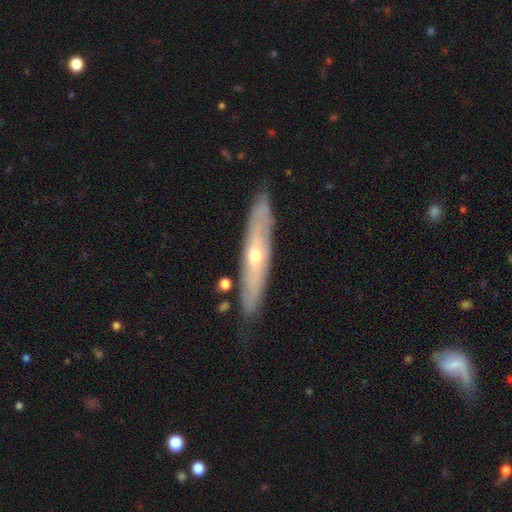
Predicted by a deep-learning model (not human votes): Smooth or featured?
  - featured or disk: 63% *
  - smooth: 30%
  - star or artifact: 6%
Edge-on disk?
  - yes: 66% *
  - no: 34%
Merging?
  - none: 82% *
  - minor disturbance: 14%
  - major disturbance: 3%
  - merger: 2%